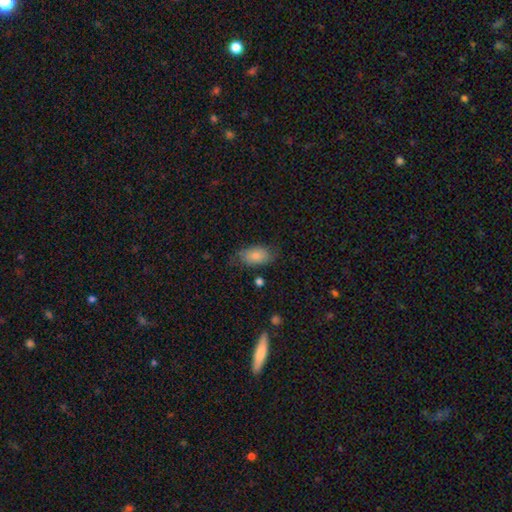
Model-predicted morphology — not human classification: A smooth galaxy with no disk features (81%) that is in between round and cigar-shaped (92%).

Vote fractions:
- Smooth or featured? smooth: 81% / featured or disk: 12% / star or artifact: 7%
- How rounded? in between: 92% / round: 6% / cigar-shaped: 3%
- Merging? none: 64% / minor disturbance: 26% / major disturbance: 8% / merger: 3%